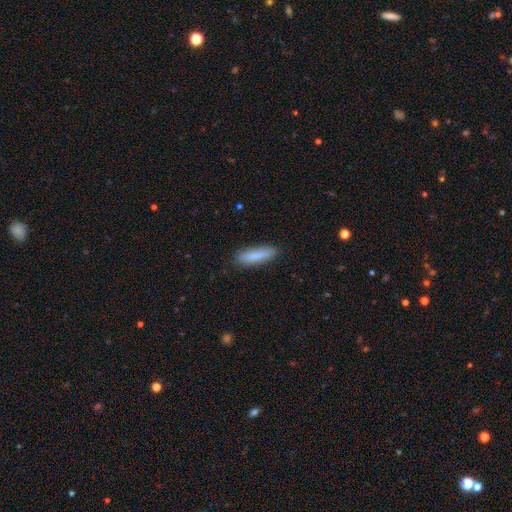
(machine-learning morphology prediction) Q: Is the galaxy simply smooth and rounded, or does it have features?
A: smooth — 83%.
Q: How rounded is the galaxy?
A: cigar-shaped — 73%.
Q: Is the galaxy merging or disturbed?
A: none — 85%.